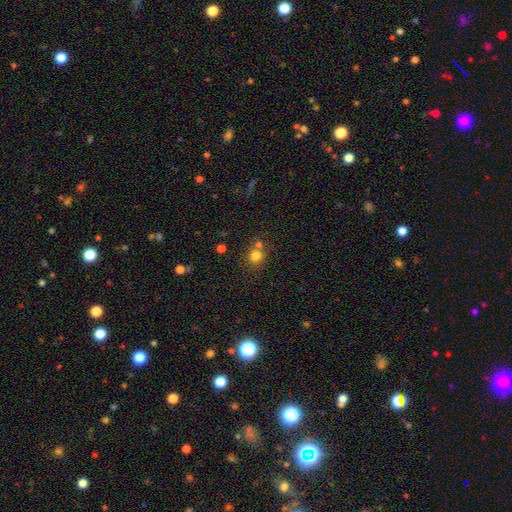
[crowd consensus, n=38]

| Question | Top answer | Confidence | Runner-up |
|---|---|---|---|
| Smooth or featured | smooth | 89% | featured or disk (5%) |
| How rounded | round | 88% | in between (12%) |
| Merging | none | 56% | merger (28%) |